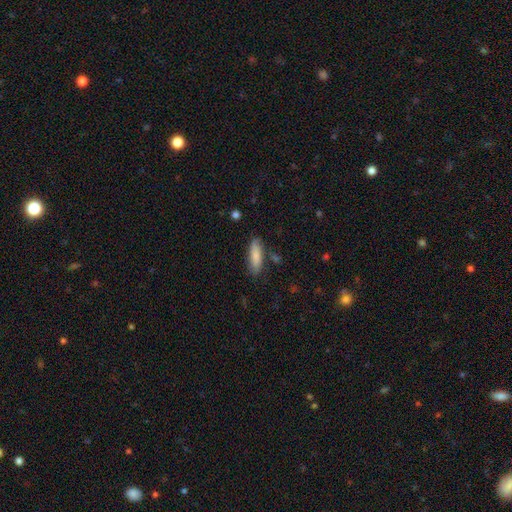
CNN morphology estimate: This appears to be a smooth galaxy with no disk features (82%) that is in between round and cigar-shaped (53%). Merging: none (78%).